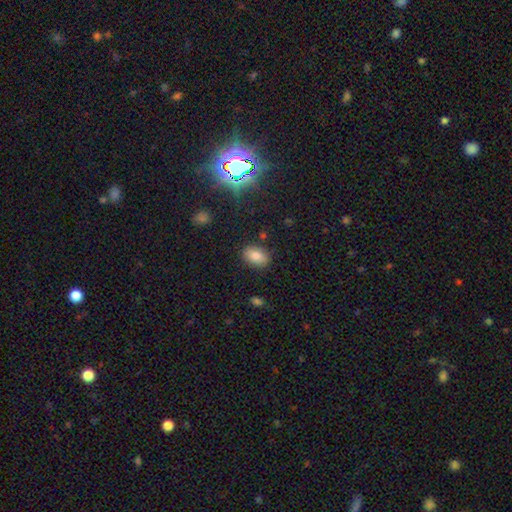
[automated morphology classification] This appears to be a smooth galaxy with no disk features (82%) that is in between round and cigar-shaped (85%). Merging: none (85%).